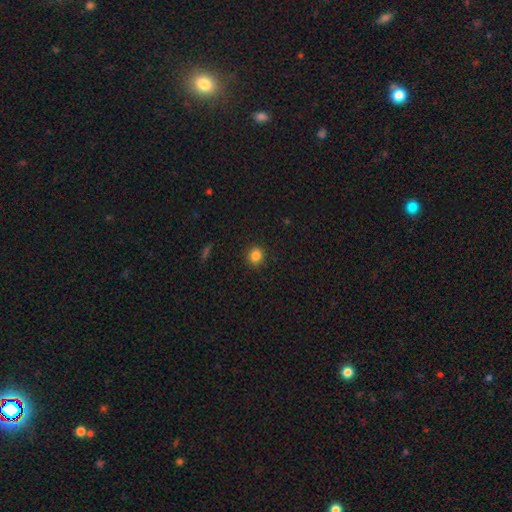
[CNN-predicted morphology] This is clearly a smooth galaxy (84%). How rounded: clearly round (85%). Merging: clearly none (91%).